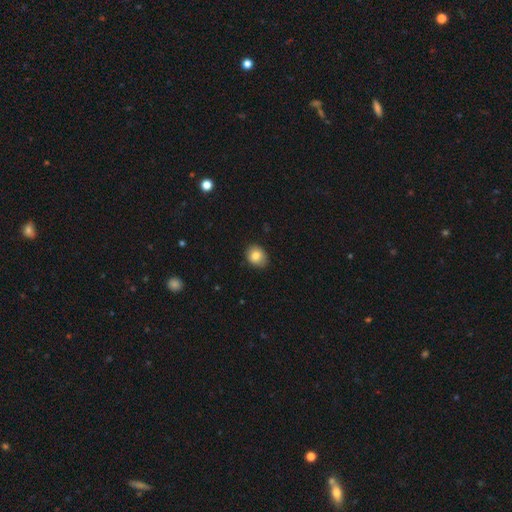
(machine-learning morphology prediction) A smooth galaxy with no disk features (83%) that is round (58%). Merging: none (79%).